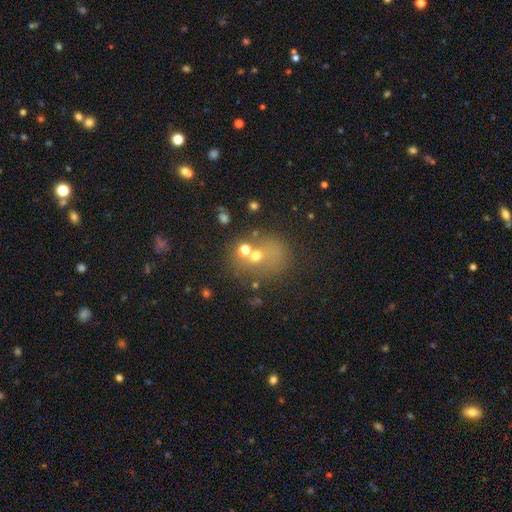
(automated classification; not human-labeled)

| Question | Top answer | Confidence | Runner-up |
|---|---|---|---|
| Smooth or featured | smooth | 54% | star or artifact (24%) |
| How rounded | round | 76% | in between (23%) |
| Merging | none | 52% | merger (28%) |